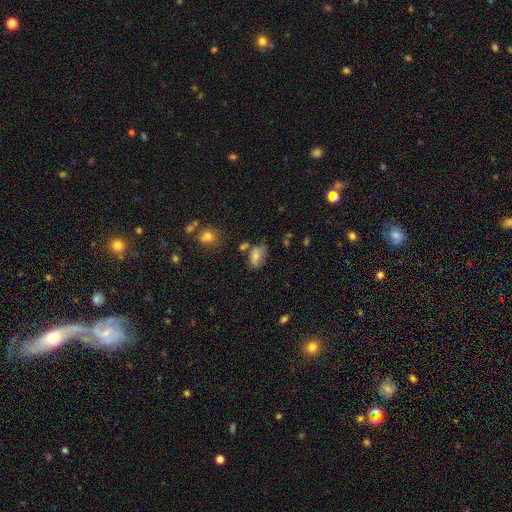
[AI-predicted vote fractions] Smooth or featured: smooth — 70% (featured or disk — 19%)
How rounded: in between — 88% (round — 9%)
Merging: none — 45% (minor disturbance — 30%)